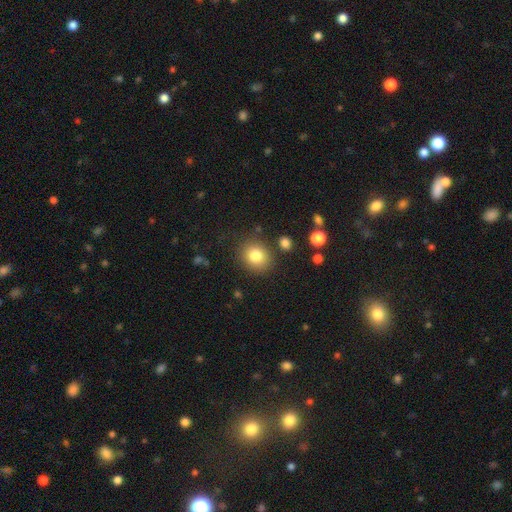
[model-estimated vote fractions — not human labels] Q: Smooth or featured?
A: smooth (82%); runner-up: star or artifact (11%)
Q: How rounded?
A: round (79%); runner-up: in between (20%)
Q: Merging?
A: none (83%); runner-up: minor disturbance (9%)